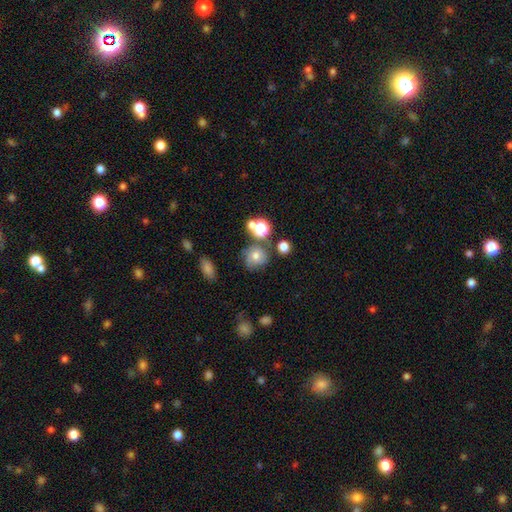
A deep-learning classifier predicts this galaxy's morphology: This appears to be a smooth galaxy with no disk features (58%) that is round (81%). Merging: none (59%).